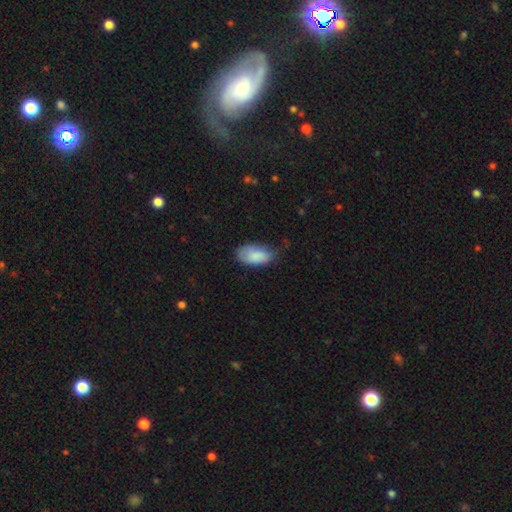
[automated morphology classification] Smooth or featured: smooth — 84% (featured or disk — 10%)
How rounded: in between — 94% (round — 3%)
Merging: none — 61% (minor disturbance — 31%)